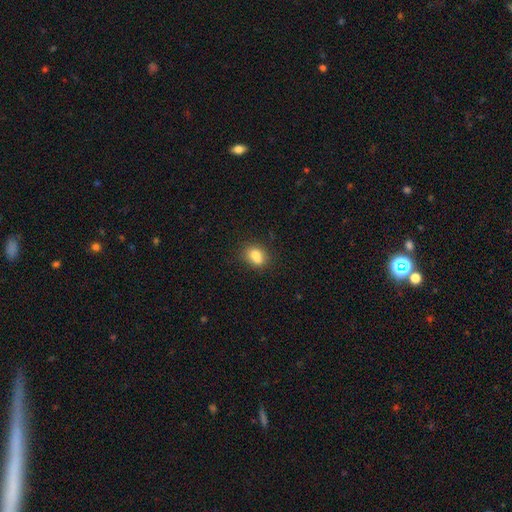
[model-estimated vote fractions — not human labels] smooth-or-featured: smooth: 81% | star or artifact: 10% | featured or disk: 9%
  how-rounded: in between: 60% | round: 38% | cigar-shaped: 2%
  merging: none: 62% | minor disturbance: 19% | merger: 14% | major disturbance: 5%